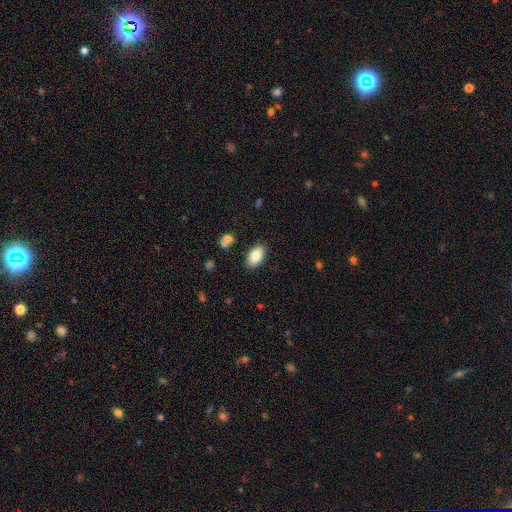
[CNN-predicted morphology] smooth-or-featured: smooth: 82% | featured or disk: 11% | star or artifact: 7%
  how-rounded: in between: 93% | round: 6% | cigar-shaped: 2%
  merging: none: 86% | minor disturbance: 9% | merger: 3% | major disturbance: 2%